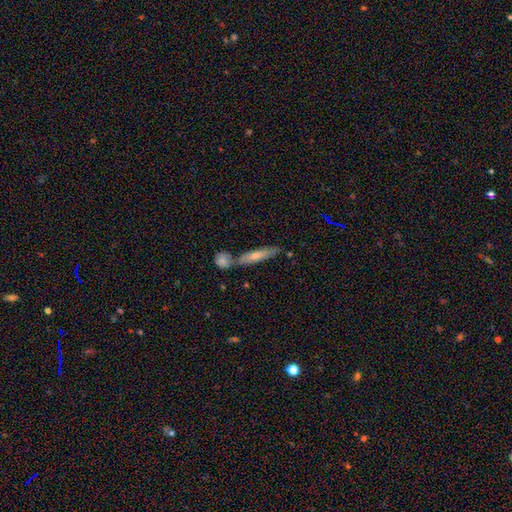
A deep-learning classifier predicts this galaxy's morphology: Smooth or featured: smooth — 47% (featured or disk — 44%)
Merging: none — 65% (merger — 21%)